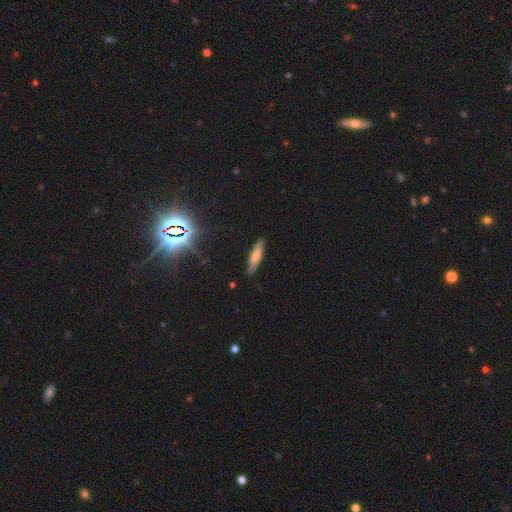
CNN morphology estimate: A smooth galaxy with no disk features (67%) that is cigar-shaped (76%).

Vote fractions:
- Smooth or featured? smooth: 67% / featured or disk: 24% / star or artifact: 9%
- How rounded? cigar-shaped: 76% / in between: 22% / round: 2%
- Merging? none: 85% / minor disturbance: 11% / major disturbance: 2% / merger: 1%